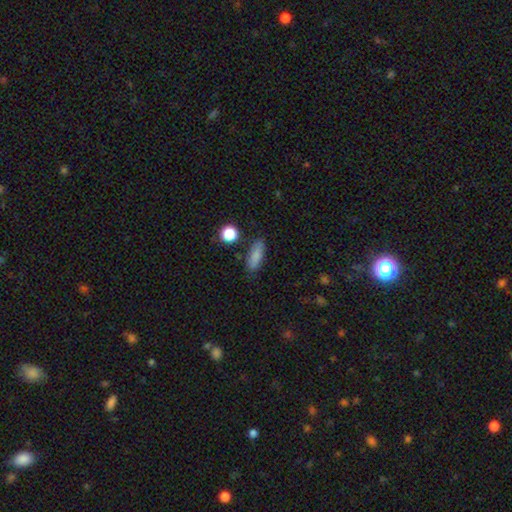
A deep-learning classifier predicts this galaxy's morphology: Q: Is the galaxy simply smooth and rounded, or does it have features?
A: smooth — 82%.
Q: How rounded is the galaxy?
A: in between — 64%.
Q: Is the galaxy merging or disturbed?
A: none — 80%.